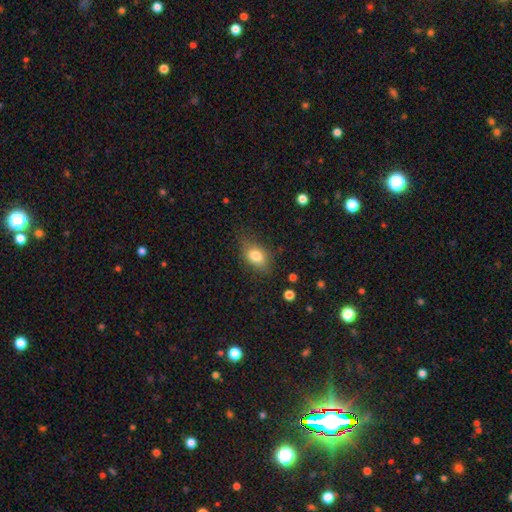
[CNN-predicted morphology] smooth_or_featured: smooth (p=0.79) [alt: featured or disk p=0.12]
how_rounded: in between (p=0.79) [alt: round p=0.19]
merging: none (p=0.71) [alt: minor disturbance p=0.21]